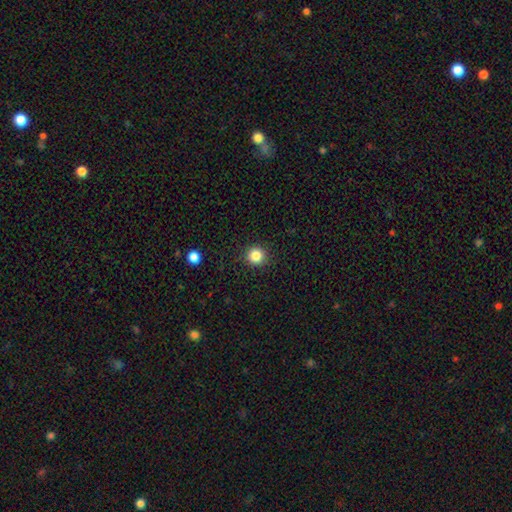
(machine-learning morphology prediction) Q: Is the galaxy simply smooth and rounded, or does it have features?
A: smooth — 85%.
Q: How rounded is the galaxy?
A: round — 94%.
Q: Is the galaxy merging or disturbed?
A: none — 91%.